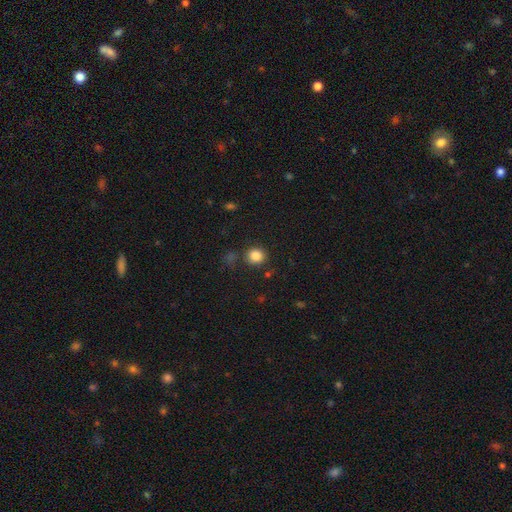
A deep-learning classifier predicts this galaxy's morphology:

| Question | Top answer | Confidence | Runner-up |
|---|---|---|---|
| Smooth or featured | smooth | 85% | star or artifact (11%) |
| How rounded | round | 84% | in between (15%) |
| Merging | none | 82% | minor disturbance (10%) |